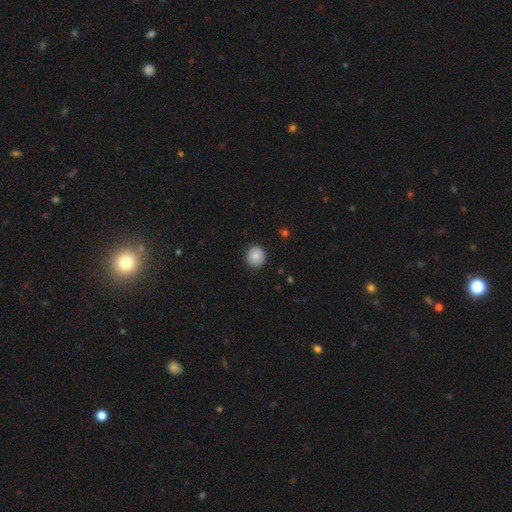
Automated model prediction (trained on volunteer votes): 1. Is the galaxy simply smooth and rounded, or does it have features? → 87% smooth, 8% star or artifact, 5% featured or disk.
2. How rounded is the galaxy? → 86% round, 14% in between, 1% cigar-shaped.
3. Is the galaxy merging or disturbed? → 89% none, 8% minor disturbance, 2% major disturbance, 1% merger.